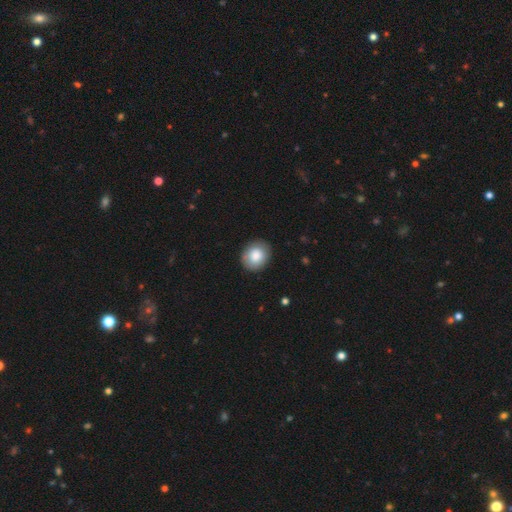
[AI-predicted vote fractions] A smooth galaxy with no disk features (83%) that is round (70%). Merging: none (87%).